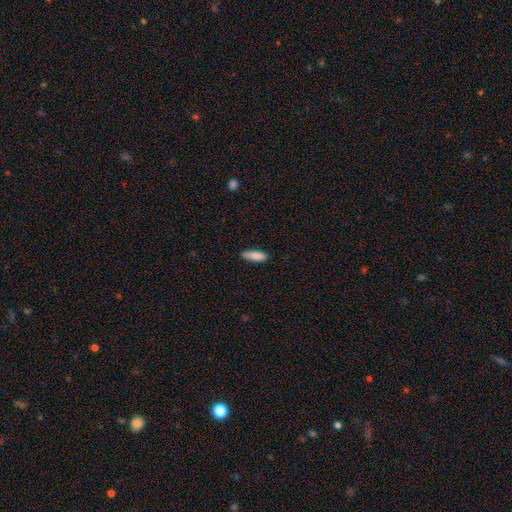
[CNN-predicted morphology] Q: Smooth or featured?
A: smooth (86%); runner-up: featured or disk (7%)
Q: How rounded?
A: cigar-shaped (53%); runner-up: in between (45%)
Q: Merging?
A: none (81%); runner-up: minor disturbance (15%)